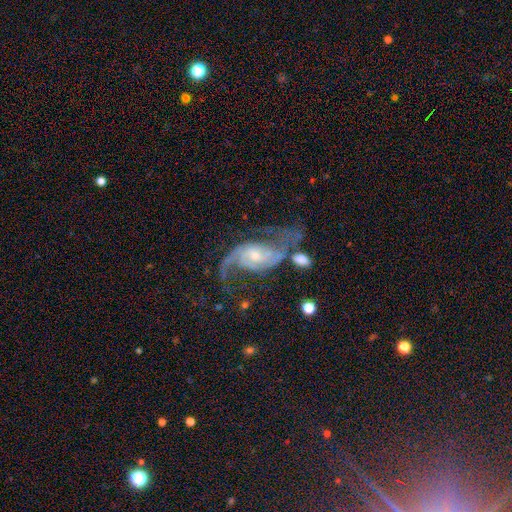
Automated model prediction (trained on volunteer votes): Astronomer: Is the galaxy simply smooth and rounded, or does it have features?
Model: featured or disk — 89%.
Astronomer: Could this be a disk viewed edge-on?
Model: no — 97%.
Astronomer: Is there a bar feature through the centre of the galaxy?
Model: no — 49% (runner-up: weak, 39%).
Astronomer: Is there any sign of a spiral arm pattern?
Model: yes — 97%.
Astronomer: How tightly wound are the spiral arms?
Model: loose — 45% (runner-up: medium, 41%).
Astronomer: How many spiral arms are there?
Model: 2 — 88%.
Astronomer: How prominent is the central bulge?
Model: small — 49% (runner-up: moderate, 42%).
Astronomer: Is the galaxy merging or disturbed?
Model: none — 50%.